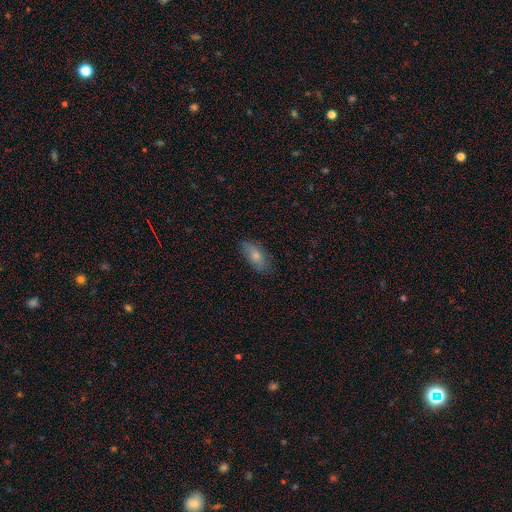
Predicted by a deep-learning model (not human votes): This appears to be a smooth galaxy with no disk features (73%) that is in between round and cigar-shaped (85%). Merging: none (75%).